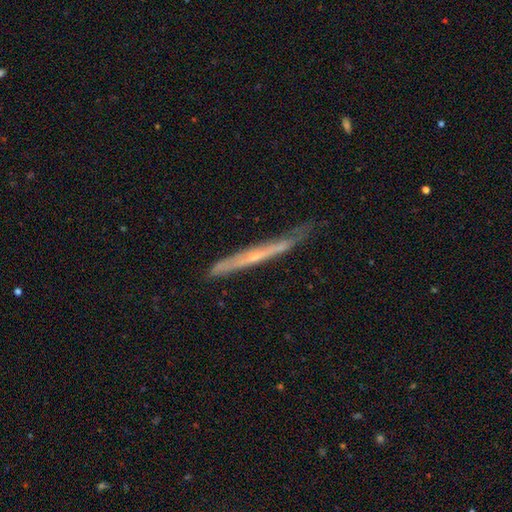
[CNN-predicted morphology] Smooth or featured?
  - featured or disk: 67% *
  - smooth: 26%
  - star or artifact: 7%
Edge-on disk?
  - yes: 93% *
  - no: 7%
Edge-on bulge?
  - none: 52% *
  - rounded: 44%
  - boxy: 3%
Merging?
  - none: 65% *
  - minor disturbance: 27%
  - major disturbance: 5%
  - merger: 2%